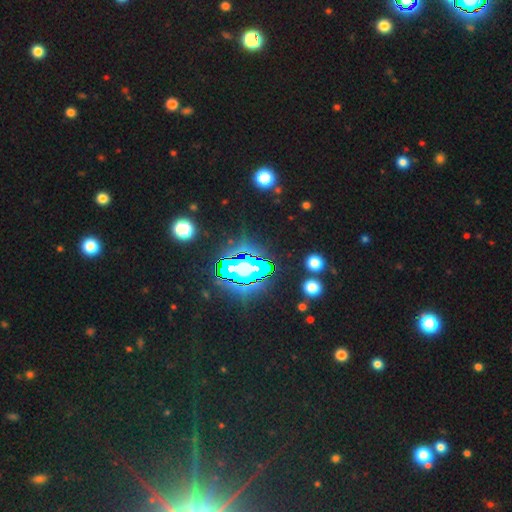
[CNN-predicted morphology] Overall: star or artifact (84%).